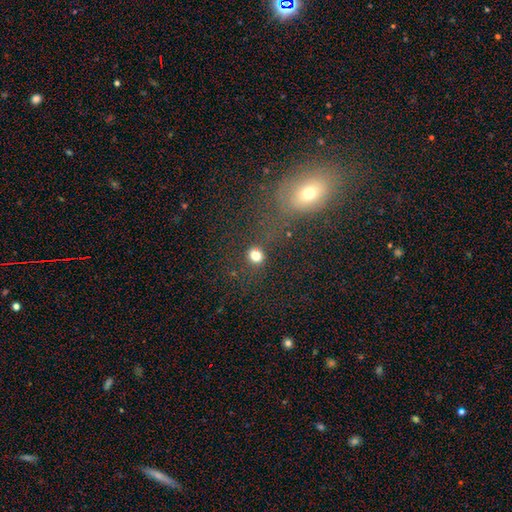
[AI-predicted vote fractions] Overall: smooth (78%). How rounded: round (78%). Merging: none (76%).